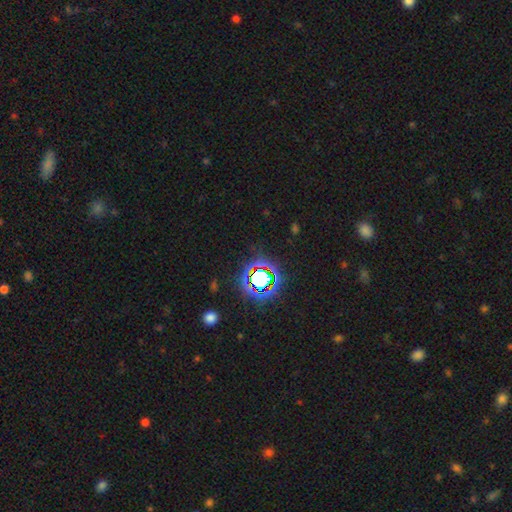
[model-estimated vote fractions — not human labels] The model was most divided on "smooth or featured": star or artifact: 78%, smooth: 14%, featured or disk: 8%.